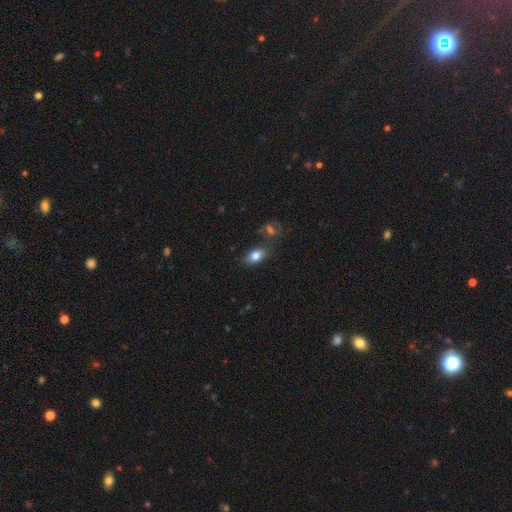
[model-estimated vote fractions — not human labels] A smooth galaxy with no disk features (82%) that is in between round and cigar-shaped (85%).

Vote fractions:
- Smooth or featured? smooth: 82% / featured or disk: 9% / star or artifact: 8%
- How rounded? in between: 85% / round: 12% / cigar-shaped: 3%
- Merging? none: 71% / minor disturbance: 15% / merger: 10% / major disturbance: 4%